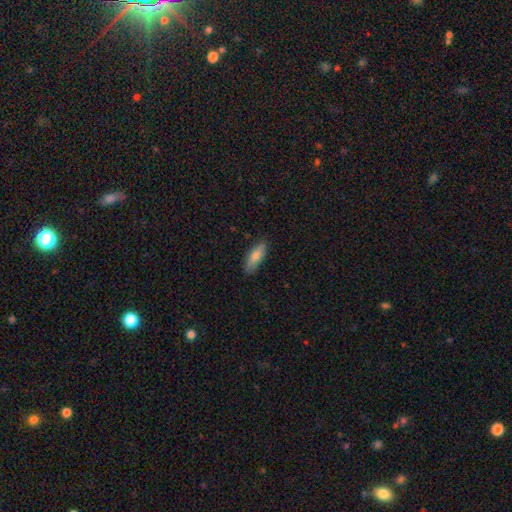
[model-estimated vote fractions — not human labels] Smooth or featured: smooth — 81% (featured or disk — 14%)
How rounded: in between — 67% (cigar-shaped — 31%)
Merging: none — 82% (minor disturbance — 14%)